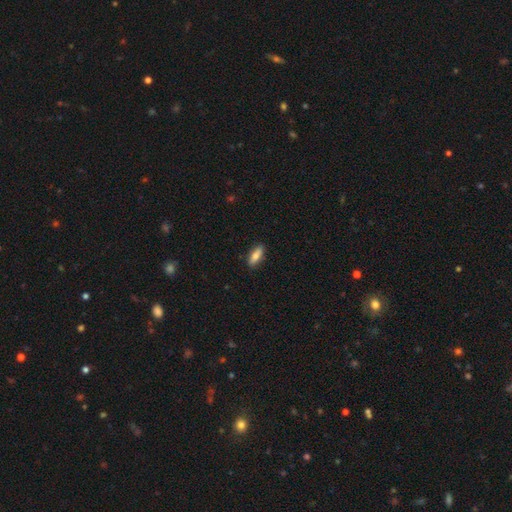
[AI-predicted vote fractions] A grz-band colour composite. It shows a smooth galaxy with no disk features (77%) that is in between round and cigar-shaped (67%). Merging: none (87%).